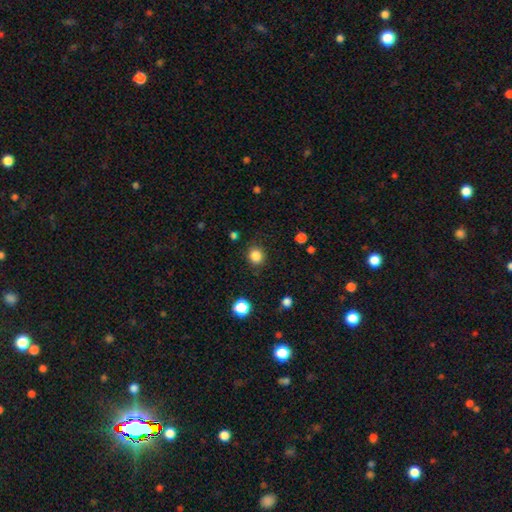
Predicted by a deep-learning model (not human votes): smooth 85%, star or artifact 12%, featured or disk 4%. Down the decision tree: how rounded — round (86%); merging — none (86%).